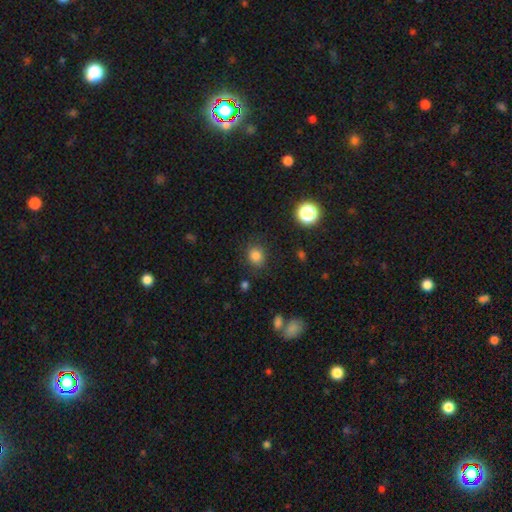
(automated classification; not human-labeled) Smooth or featured? Predicted: smooth (p=0.82). How rounded? Predicted: round (p=0.73). Merging? Predicted: none (p=0.83).